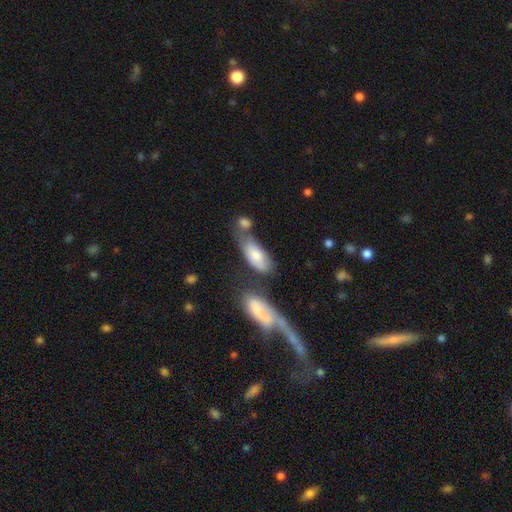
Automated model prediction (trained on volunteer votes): Smooth or featured? smooth (74%)
How rounded? in between (86%)
Merging? none (39%)